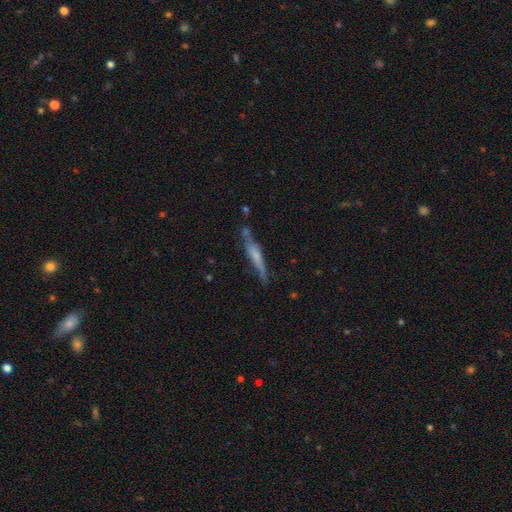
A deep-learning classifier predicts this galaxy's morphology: Q: Smooth or featured?
A: featured or disk (54%); runner-up: smooth (39%)
Q: Edge-on disk?
A: yes (87%); runner-up: no (13%)
Q: Merging?
A: none (60%); runner-up: minor disturbance (24%)